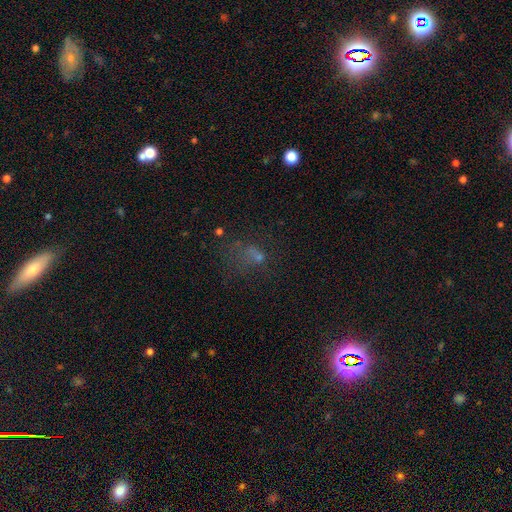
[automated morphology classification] Overall: star or artifact (45%; smooth 35%).